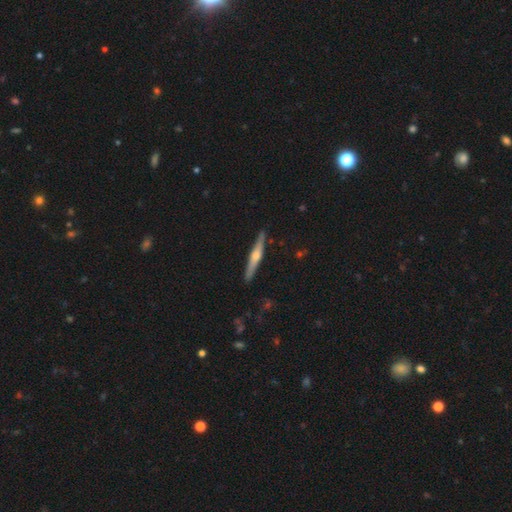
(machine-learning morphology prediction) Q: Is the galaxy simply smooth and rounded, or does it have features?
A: featured or disk — 64%.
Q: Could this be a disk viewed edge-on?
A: yes — 97%.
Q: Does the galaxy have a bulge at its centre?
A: rounded — 87%.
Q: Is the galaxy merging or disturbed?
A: none — 89%.